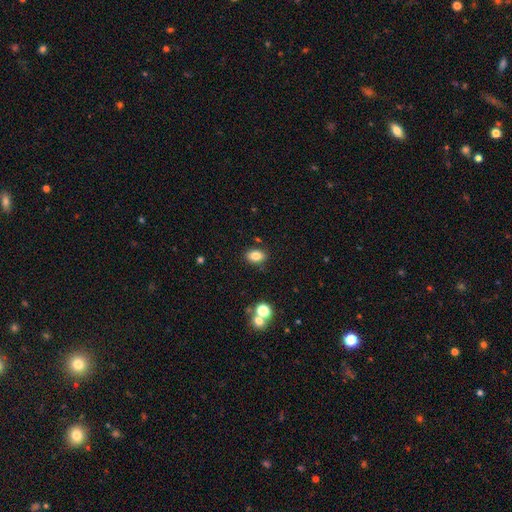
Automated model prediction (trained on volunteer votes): Morphology: type=smooth (82%); roundness=in between (81%); merging=none (84%).